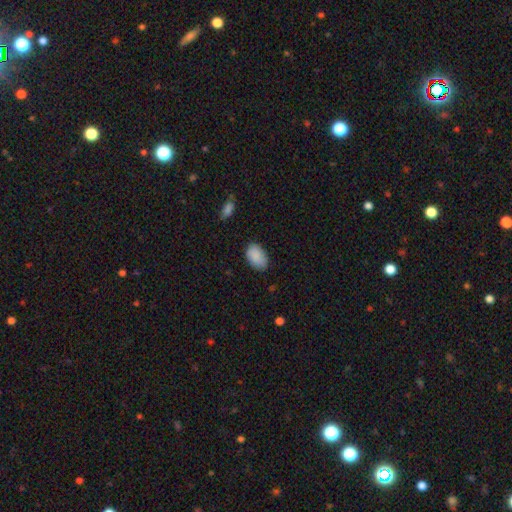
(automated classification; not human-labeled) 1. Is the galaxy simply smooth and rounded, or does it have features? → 89% smooth, 7% star or artifact, 4% featured or disk.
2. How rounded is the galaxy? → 91% in between, 7% round, 1% cigar-shaped.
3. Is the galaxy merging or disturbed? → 79% none, 17% minor disturbance, 3% major disturbance, 1% merger.